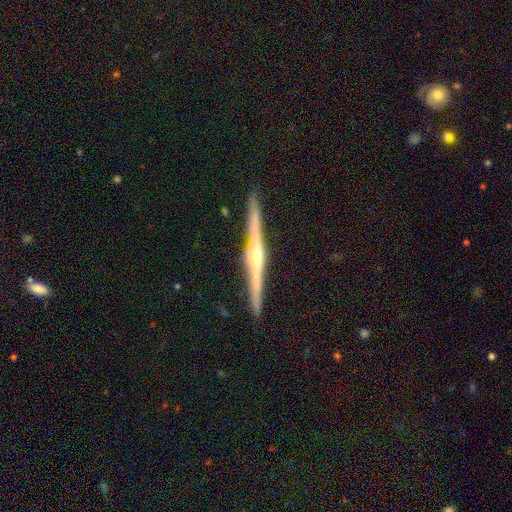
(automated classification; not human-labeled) Smooth or featured? Predicted: featured or disk (p=0.86). Edge-on disk? Predicted: yes (p=0.99). Edge-on bulge? Predicted: rounded (p=0.83). Merging? Predicted: none (p=0.92).